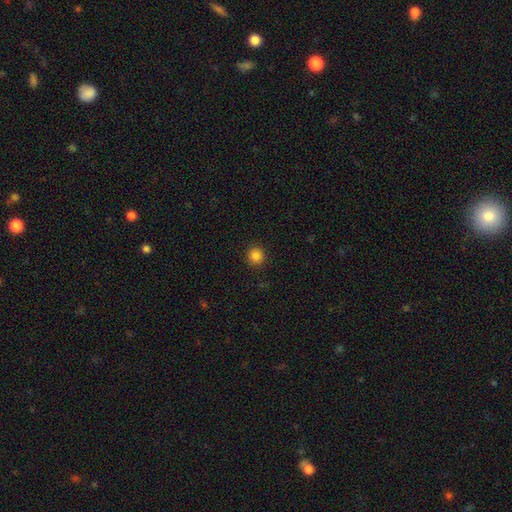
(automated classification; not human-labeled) A smooth galaxy with no disk features (85%) that is round (93%). Merging: none (92%).